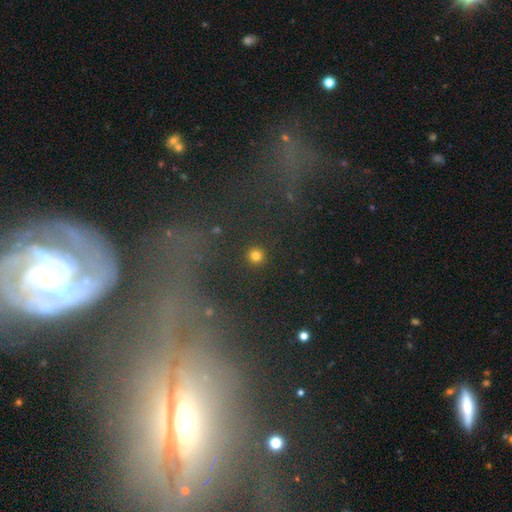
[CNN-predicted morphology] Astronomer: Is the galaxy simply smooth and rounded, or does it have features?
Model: smooth — 80%.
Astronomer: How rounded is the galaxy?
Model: round — 95%.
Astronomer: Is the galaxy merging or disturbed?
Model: none — 92%.